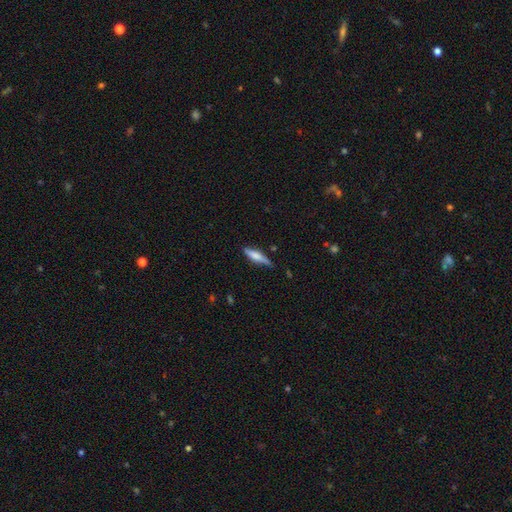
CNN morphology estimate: Overall: smooth (59%; featured or disk 35%). How rounded: cigar-shaped (74%). Merging: none (70%).